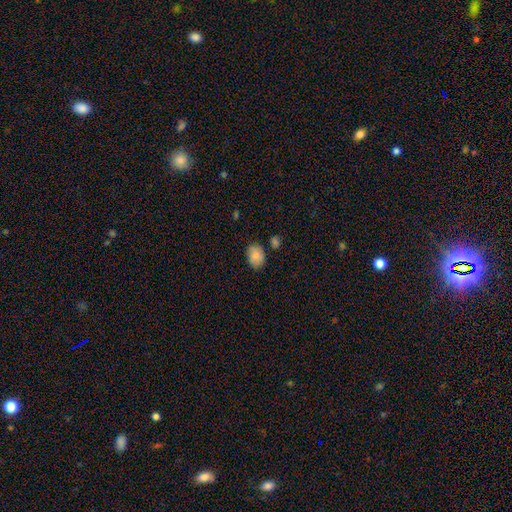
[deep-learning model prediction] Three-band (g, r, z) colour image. It shows a smooth galaxy with no disk features (79%) that is in between round and cigar-shaped (70%). Merging: none (73%).